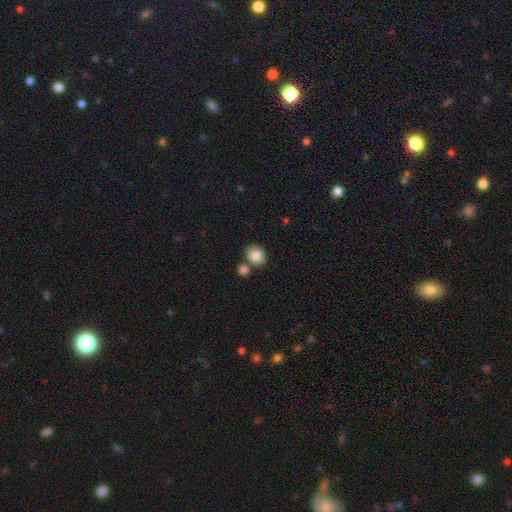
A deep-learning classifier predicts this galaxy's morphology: smooth_or_featured: smooth (p=0.84) [alt: star or artifact p=0.08]
how_rounded: round (p=0.61) [alt: in between p=0.38]
merging: none (p=0.66) [alt: merger p=0.19]